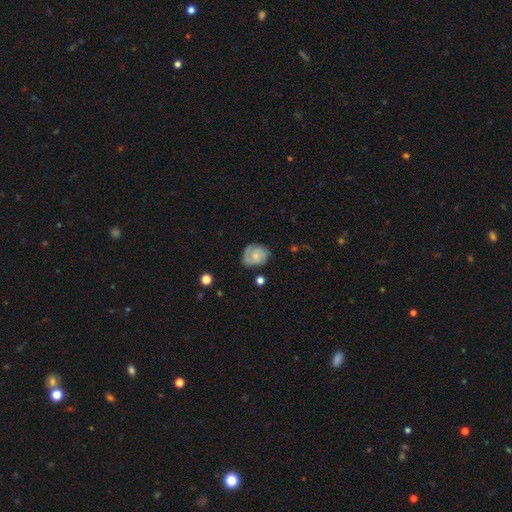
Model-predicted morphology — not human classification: Smooth or featured: featured or disk — 61% (smooth — 32%)
Edge-on disk: no — 97% (yes — 3%)
Bar: no — 74% (weak — 23%)
Spiral arms: yes — 88% (no — 12%)
Spiral winding: tight — 56% (medium — 33%)
Spiral arm count: 2 — 44% (can't tell — 24%)
Bulge size: small — 59% (moderate — 29%)
Merging: none — 67% (minor disturbance — 23%)